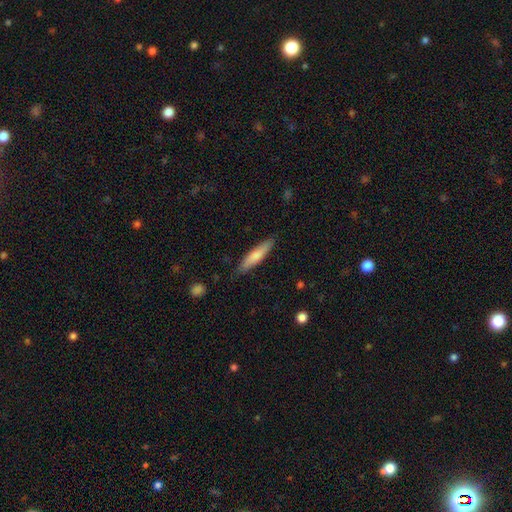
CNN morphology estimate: Smooth or featured?
  - smooth: 74% *
  - featured or disk: 21%
  - star or artifact: 5%
How rounded?
  - cigar-shaped: 82% *
  - in between: 17%
  - round: 1%
Merging?
  - none: 84% *
  - minor disturbance: 13%
  - major disturbance: 2%
  - merger: 1%